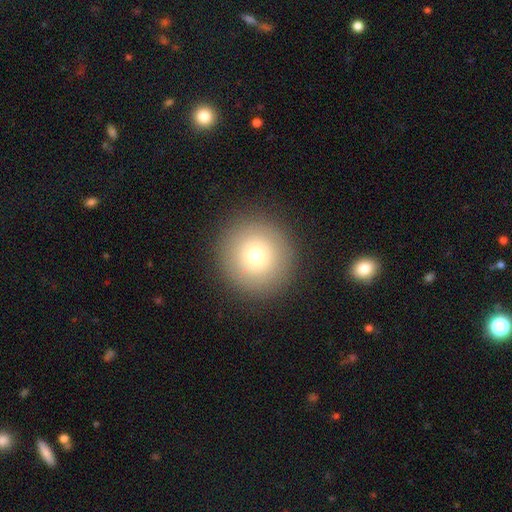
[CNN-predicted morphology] Overall: smooth (74%). How rounded: round (94%). Merging: none (91%).